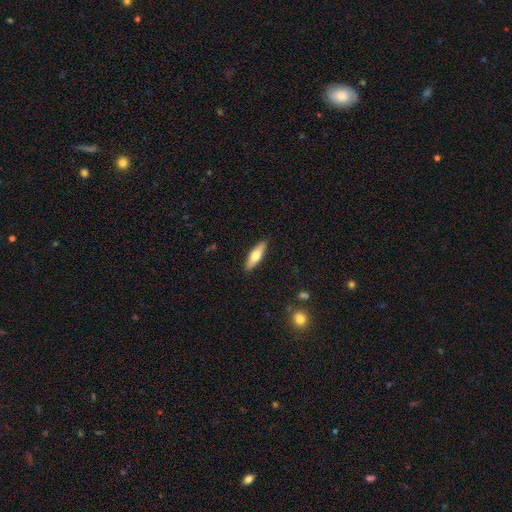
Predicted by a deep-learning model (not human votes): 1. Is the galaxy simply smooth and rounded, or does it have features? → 61% smooth, 33% featured or disk, 6% star or artifact.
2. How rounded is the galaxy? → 55% cigar-shaped, 43% in between, 2% round.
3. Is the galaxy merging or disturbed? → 89% none, 8% minor disturbance, 2% major disturbance, 1% merger.